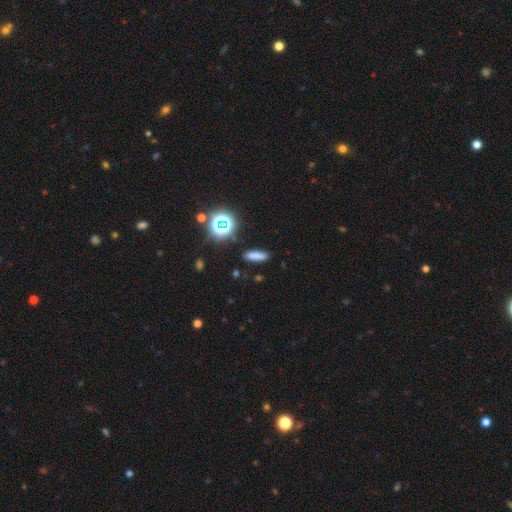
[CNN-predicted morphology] type=smooth (74%); roundness=cigar-shaped (67%); merging=none (87%).